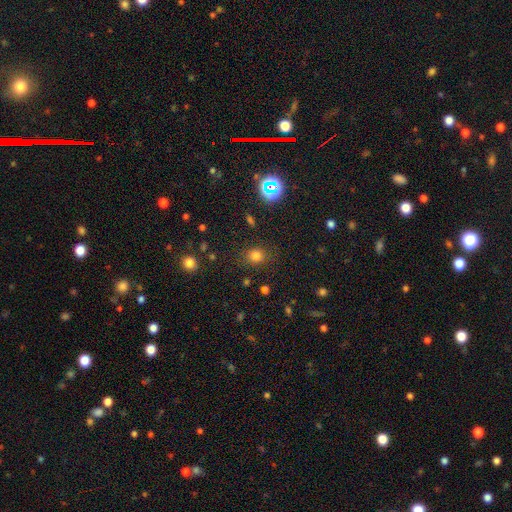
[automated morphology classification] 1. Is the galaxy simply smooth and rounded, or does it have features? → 75% smooth, 19% star or artifact, 6% featured or disk.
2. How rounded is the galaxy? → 73% round, 26% in between, 1% cigar-shaped.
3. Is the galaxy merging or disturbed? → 82% none, 11% minor disturbance, 4% major disturbance, 2% merger.